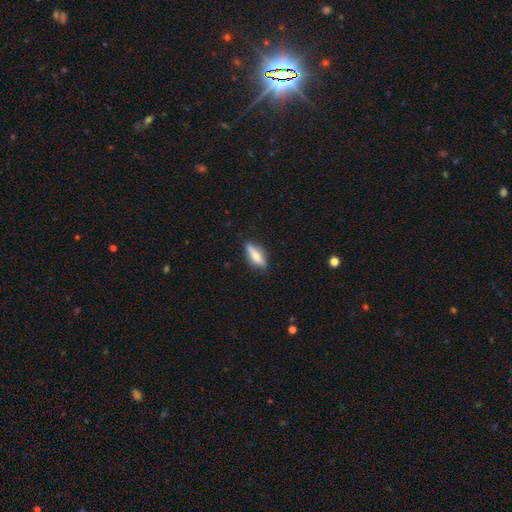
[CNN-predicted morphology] Q: Smooth or featured?
A: smooth (59%); runner-up: featured or disk (34%)
Q: How rounded?
A: cigar-shaped (53%); runner-up: in between (44%)
Q: Merging?
A: none (84%); runner-up: minor disturbance (12%)